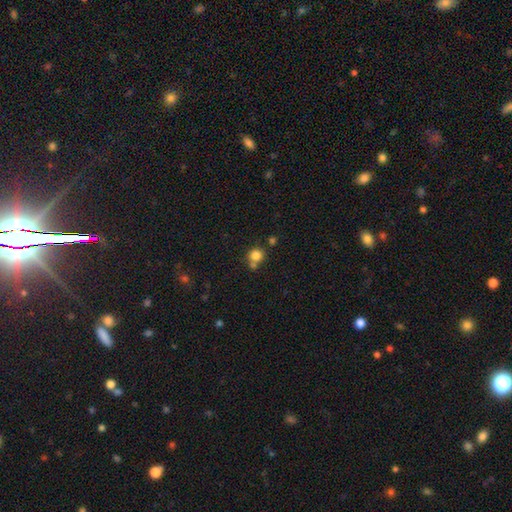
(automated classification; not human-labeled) A smooth galaxy with no disk features (81%) that is round (86%). Merging: none (56%).